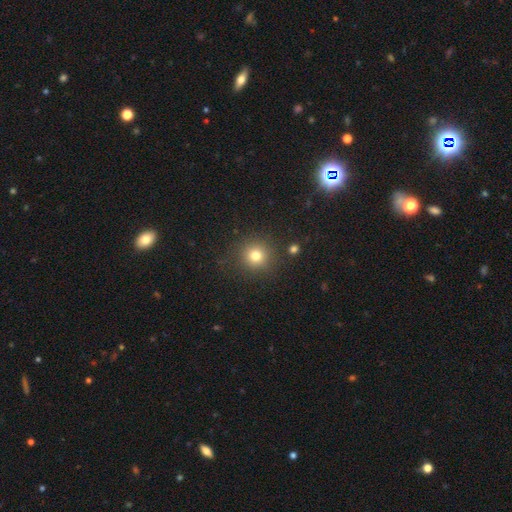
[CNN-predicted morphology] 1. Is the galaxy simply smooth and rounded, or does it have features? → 78% smooth, 15% star or artifact, 8% featured or disk.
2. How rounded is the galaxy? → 93% round, 6% in between, 1% cigar-shaped.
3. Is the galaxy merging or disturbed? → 87% none, 7% minor disturbance, 3% major disturbance, 2% merger.